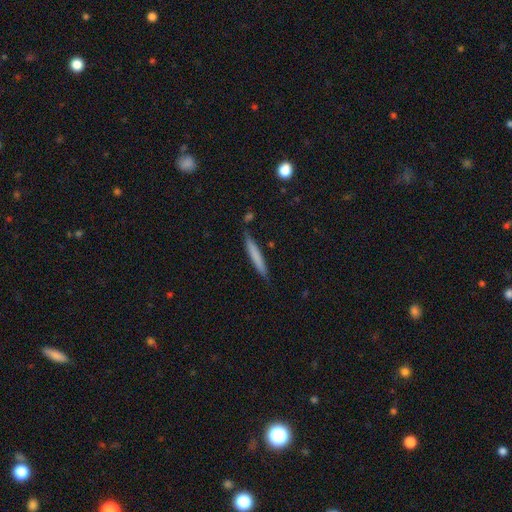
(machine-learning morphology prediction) Smooth or featured? Predicted: smooth (p=0.72). How rounded? Predicted: cigar-shaped (p=0.95). Merging? Predicted: none (p=0.82).